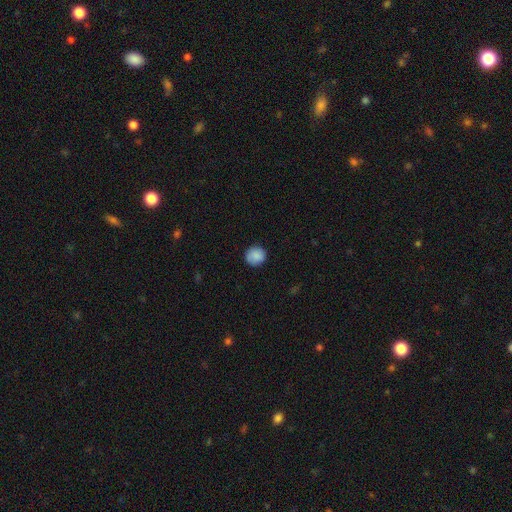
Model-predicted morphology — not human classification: A smooth galaxy with no disk features (87%) that is round (88%). Merging: none (87%).